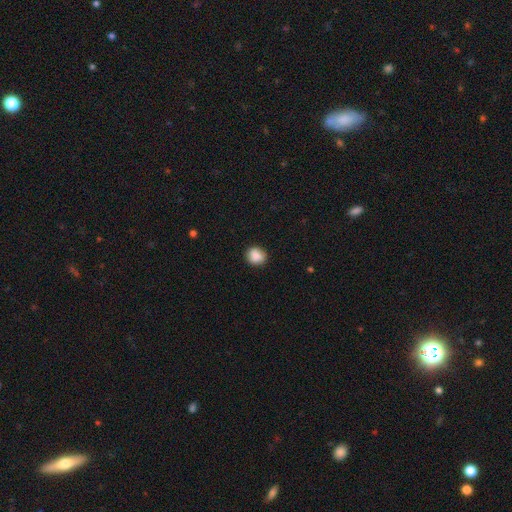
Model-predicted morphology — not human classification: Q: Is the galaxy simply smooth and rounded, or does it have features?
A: smooth — 88%.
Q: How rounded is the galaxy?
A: round — 78%.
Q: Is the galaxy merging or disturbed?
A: none — 85%.